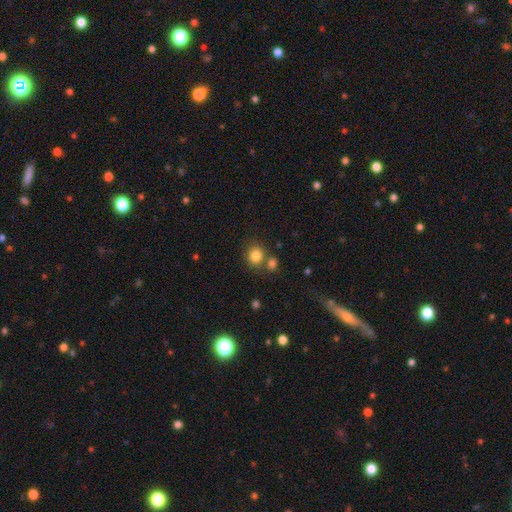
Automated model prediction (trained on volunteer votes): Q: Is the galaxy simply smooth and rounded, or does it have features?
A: smooth — 82%.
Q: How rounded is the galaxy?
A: round — 78%.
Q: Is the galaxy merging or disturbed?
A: none — 64%.